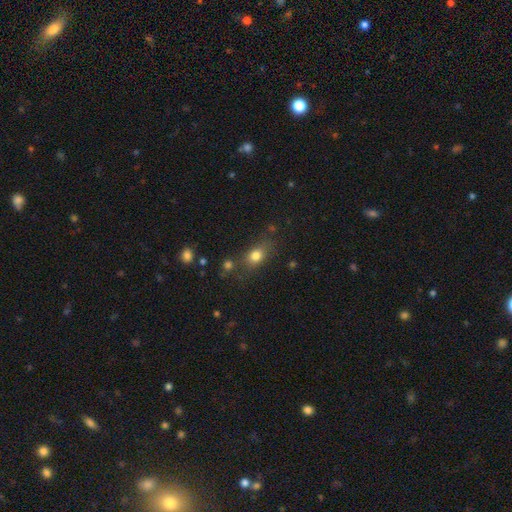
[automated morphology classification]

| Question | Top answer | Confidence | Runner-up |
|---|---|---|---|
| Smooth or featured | smooth | 78% | star or artifact (12%) |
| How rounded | in between | 63% | round (32%) |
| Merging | none | 68% | minor disturbance (18%) |